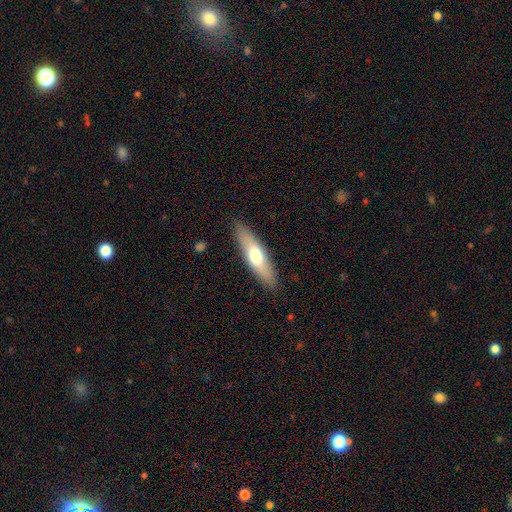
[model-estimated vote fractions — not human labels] This is likely a smooth galaxy (61%). How rounded: likely cigar-shaped (64%). Merging: clearly none (88%).